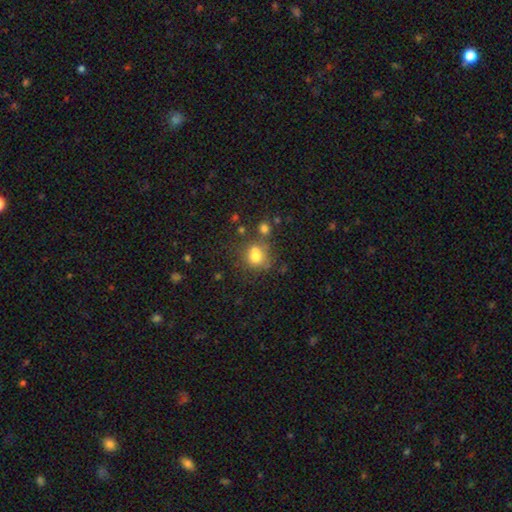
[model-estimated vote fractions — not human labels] smooth_or_featured: smooth (p=0.71) [alt: star or artifact p=0.15]
how_rounded: round (p=0.66) [alt: in between p=0.33]
merging: none (p=0.46) [alt: merger p=0.30]